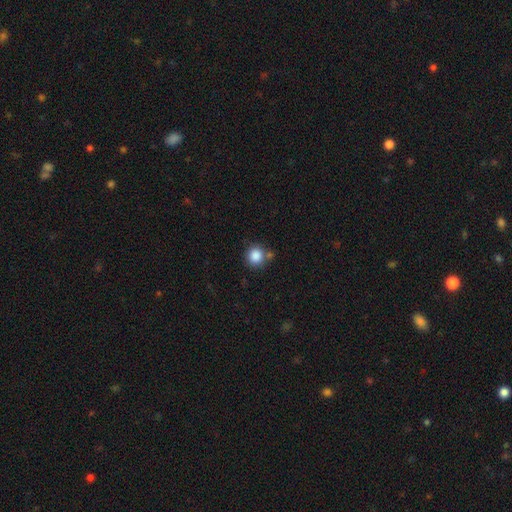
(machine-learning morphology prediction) A smooth galaxy with no disk features (86%) that is round (91%).

Vote fractions:
- Smooth or featured? smooth: 86% / star or artifact: 10% / featured or disk: 4%
- How rounded? round: 91% / in between: 8% / cigar-shaped: 1%
- Merging? none: 72% / minor disturbance: 13% / merger: 12% / major disturbance: 4%